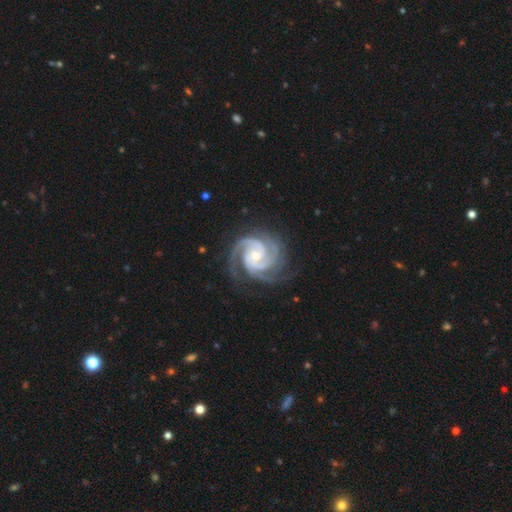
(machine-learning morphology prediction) Overall: featured or disk (94%). Edge-on disk: no (98%). Bar: no (65%; weak 26%). Spiral arms: yes (99%). Spiral arm count: 3 (56%; 2 17%). Spiral winding: tight (64%; medium 33%). Bulge size: small (54%; moderate 42%). Merging: none (76%).